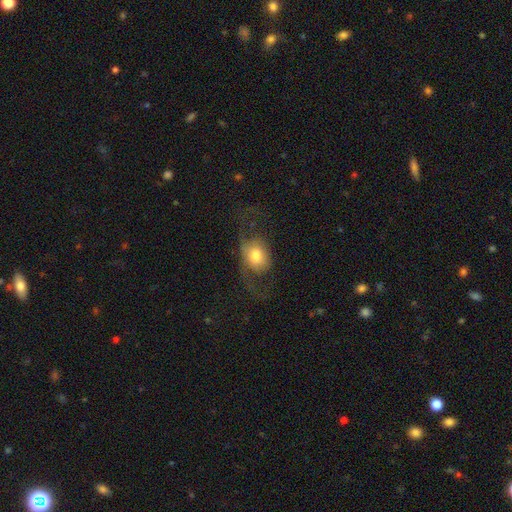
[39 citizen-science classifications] smooth-or-featured: smooth: 59% | featured or disk: 36% | star or artifact: 5%
  how-rounded: in between: 61% | round: 39% | cigar-shaped: 0%
  merging: major disturbance: 62% | none: 30% | minor disturbance: 8% | merger: 0%